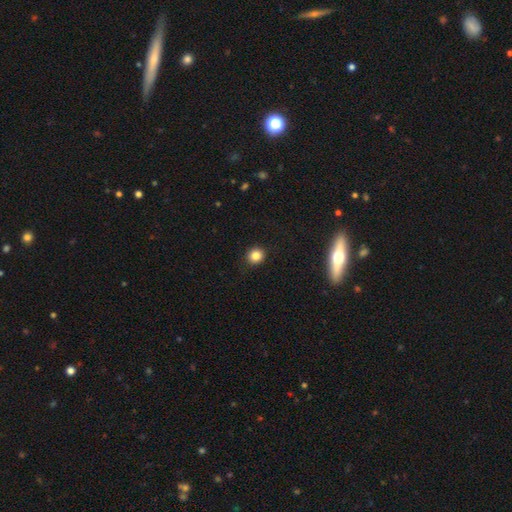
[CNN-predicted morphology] Q: Smooth or featured?
A: smooth (83%); runner-up: star or artifact (12%)
Q: How rounded?
A: round (88%); runner-up: in between (11%)
Q: Merging?
A: none (91%); runner-up: minor disturbance (6%)